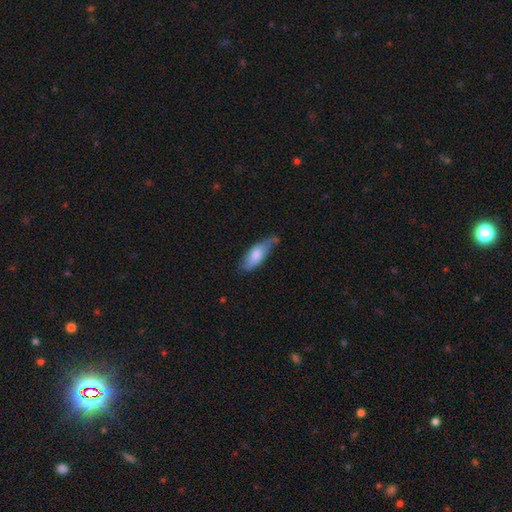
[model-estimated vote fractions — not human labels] smooth-or-featured: smooth: 72% | featured or disk: 22% | star or artifact: 6%
  how-rounded: in between: 70% | cigar-shaped: 28% | round: 2%
  merging: none: 47% | minor disturbance: 39% | major disturbance: 10% | merger: 4%